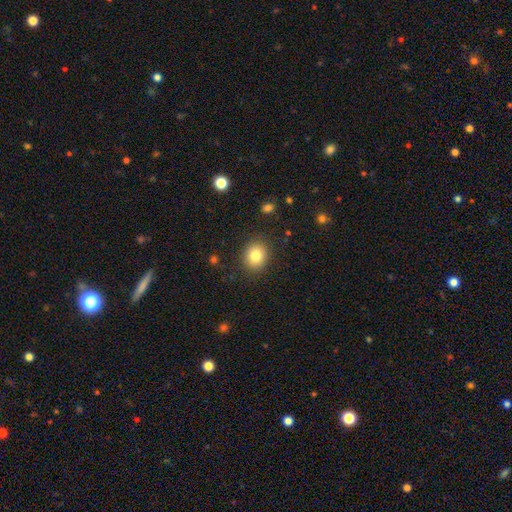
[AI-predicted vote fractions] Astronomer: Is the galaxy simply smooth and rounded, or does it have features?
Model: smooth — 82%.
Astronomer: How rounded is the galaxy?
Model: round — 68%.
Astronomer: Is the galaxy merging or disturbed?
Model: none — 88%.